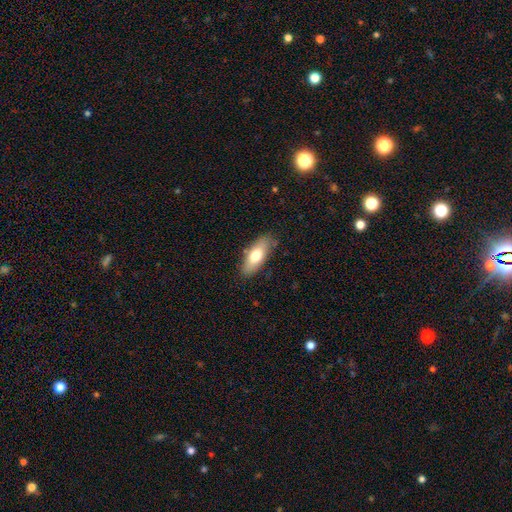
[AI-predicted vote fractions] Overall: smooth (70%). How rounded: in between (76%). Merging: none (82%).